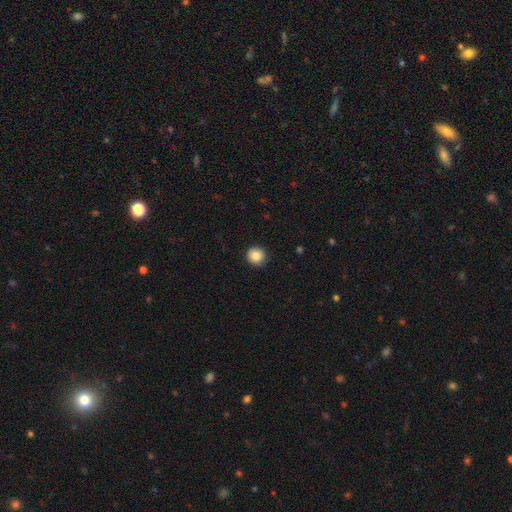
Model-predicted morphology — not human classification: Q: Smooth or featured?
A: smooth (86%); runner-up: star or artifact (9%)
Q: How rounded?
A: round (93%); runner-up: in between (6%)
Q: Merging?
A: none (90%); runner-up: minor disturbance (7%)